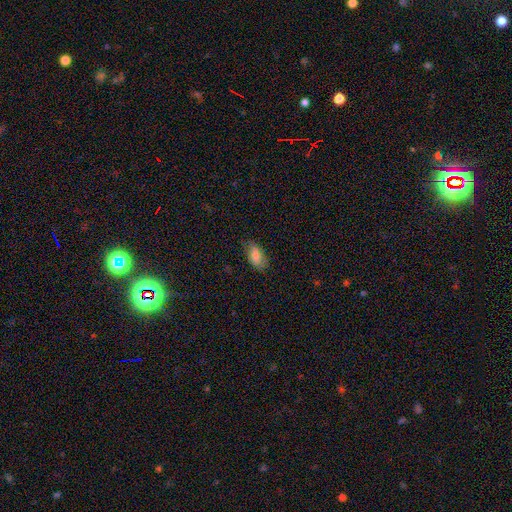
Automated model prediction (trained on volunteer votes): smooth-or-featured: smooth: 81% | featured or disk: 12% | star or artifact: 7%
  how-rounded: in between: 92% | cigar-shaped: 5% | round: 4%
  merging: none: 69% | minor disturbance: 24% | major disturbance: 6% | merger: 1%